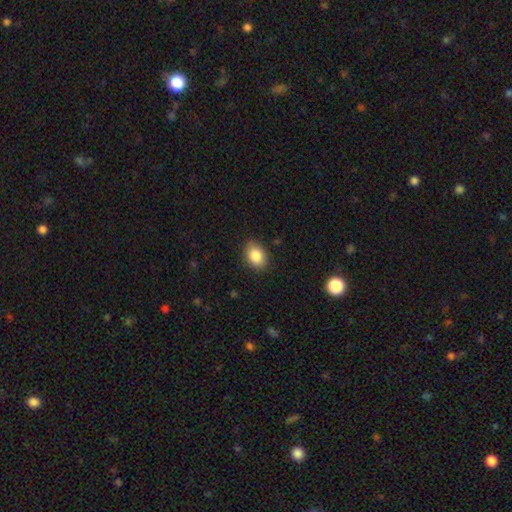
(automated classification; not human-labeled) Overall: smooth (86%). How rounded: in between (72%). Merging: none (83%).